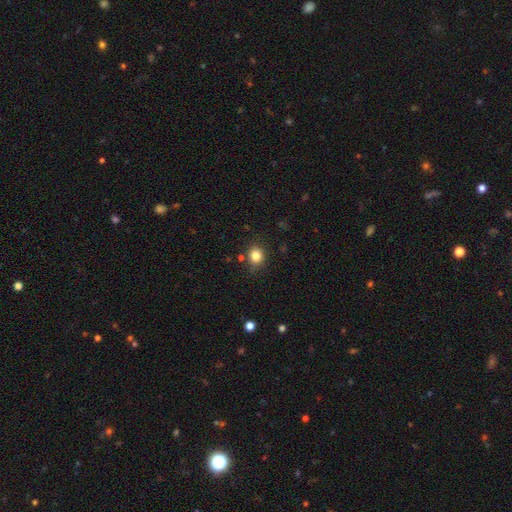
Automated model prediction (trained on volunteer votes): Smooth or featured?
  - smooth: 83% *
  - star or artifact: 12%
  - featured or disk: 6%
How rounded?
  - round: 76% *
  - in between: 24%
  - cigar-shaped: 1%
Merging?
  - none: 81% *
  - minor disturbance: 12%
  - merger: 3%
  - major disturbance: 3%